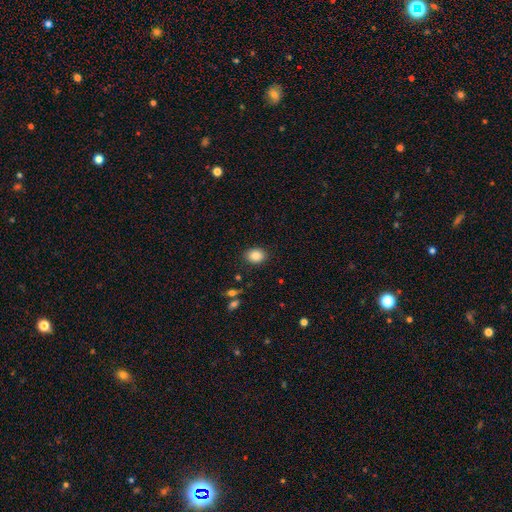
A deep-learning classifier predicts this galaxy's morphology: Smooth or featured? smooth (87%)
How rounded? in between (54%)
Merging? none (87%)